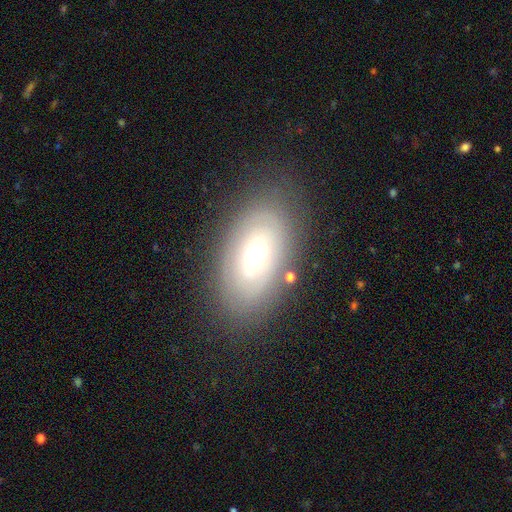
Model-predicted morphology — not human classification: Smooth or featured? featured or disk (48%)
Merging? none (77%)